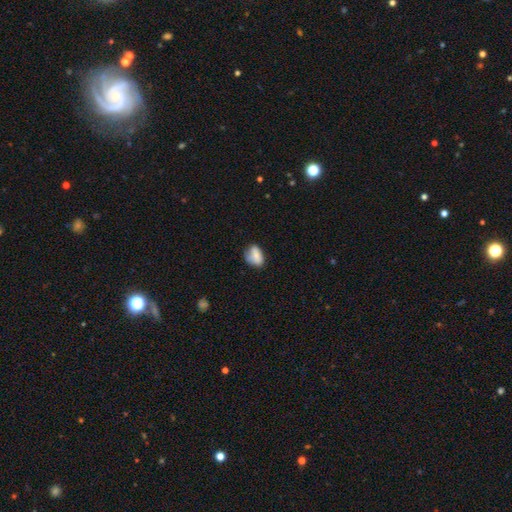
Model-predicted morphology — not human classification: smooth 79%, featured or disk 13%, star or artifact 9%. Down the decision tree: how rounded — in between (78%); merging — none (53%).